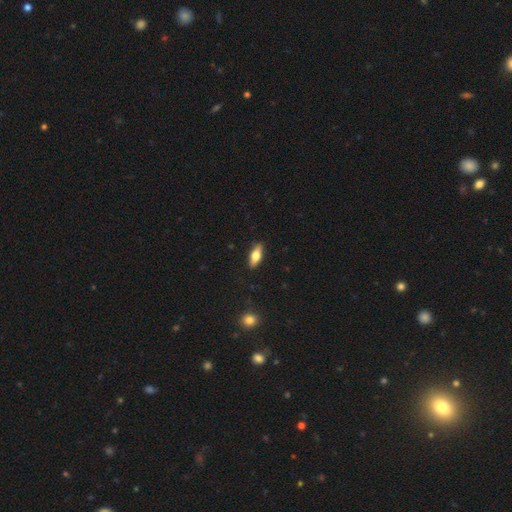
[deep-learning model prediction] Q: Smooth or featured?
A: smooth (67%); runner-up: featured or disk (27%)
Q: How rounded?
A: in between (75%); runner-up: cigar-shaped (21%)
Q: Merging?
A: none (87%); runner-up: minor disturbance (10%)